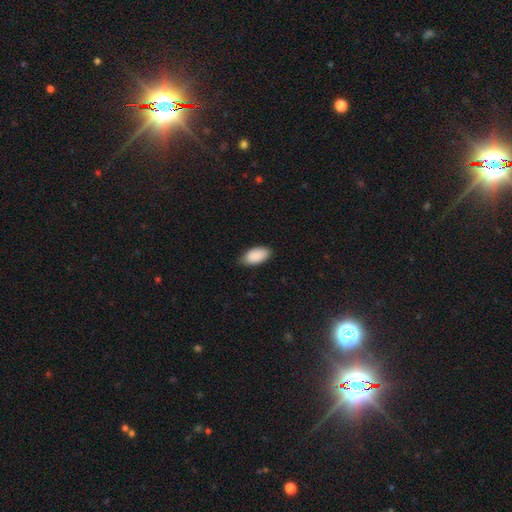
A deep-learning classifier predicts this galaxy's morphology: A smooth galaxy with no disk features (91%) that is in between round and cigar-shaped (95%).

Vote fractions:
- Smooth or featured? smooth: 91% / star or artifact: 6% / featured or disk: 3%
- How rounded? in between: 95% / cigar-shaped: 3% / round: 2%
- Merging? none: 80% / minor disturbance: 17% / major disturbance: 2% / merger: 1%